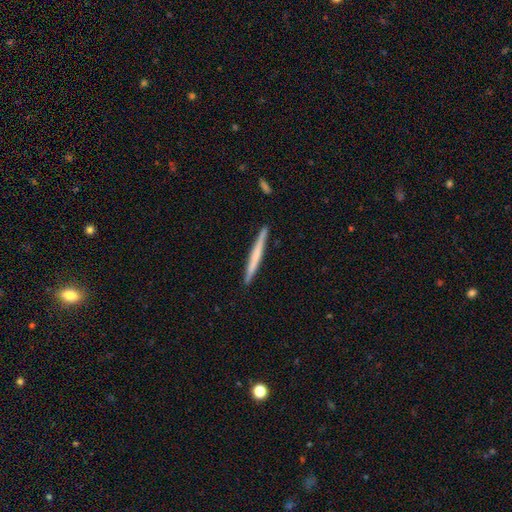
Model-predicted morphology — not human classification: smooth_or_featured: smooth (p=0.51) [alt: featured or disk p=0.44]
how_rounded: cigar-shaped (p=0.97) [alt: in between p=0.02]
merging: none (p=0.91) [alt: minor disturbance p=0.06]